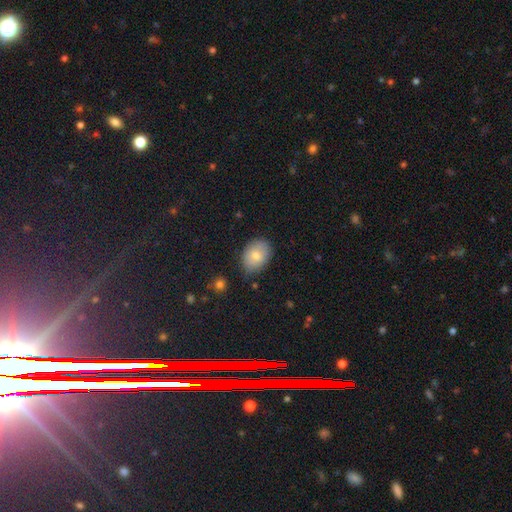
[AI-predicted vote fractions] smooth-or-featured: smooth: 80% | featured or disk: 13% | star or artifact: 7%
  how-rounded: in between: 72% | round: 27% | cigar-shaped: 1%
  merging: none: 74% | minor disturbance: 20% | major disturbance: 4% | merger: 2%